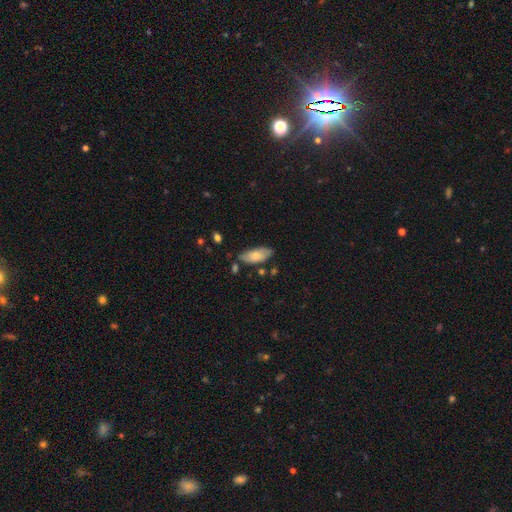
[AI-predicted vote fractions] Q: Smooth or featured?
A: smooth (71%); runner-up: featured or disk (22%)
Q: How rounded?
A: in between (87%); runner-up: cigar-shaped (11%)
Q: Merging?
A: none (72%); runner-up: minor disturbance (20%)